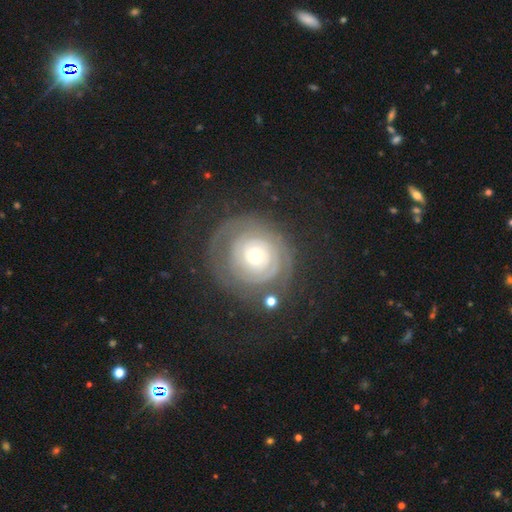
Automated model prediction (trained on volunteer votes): Smooth or featured?
  - featured or disk: 80% *
  - smooth: 13%
  - star or artifact: 7%
Edge-on disk?
  - no: 97% *
  - yes: 3%
Bar?
  - no: 84% *
  - weak: 12%
  - strong: 4%
Spiral arms?
  - yes: 89% *
  - no: 11%
Spiral winding?
  - tight: 84% *
  - medium: 11%
  - loose: 5%
Spiral arm count?
  - can't tell: 38% *
  - 2: 26%
  - 3: 13%
  - 1: 8%
  - 4: 8%
  - more than 4: 7%
Bulge size?
  - moderate: 52% *
  - small: 39%
  - large: 6%
  - dominant: 1%
  - none: 1%
Merging?
  - none: 70% *
  - minor disturbance: 15%
  - major disturbance: 12%
  - merger: 3%